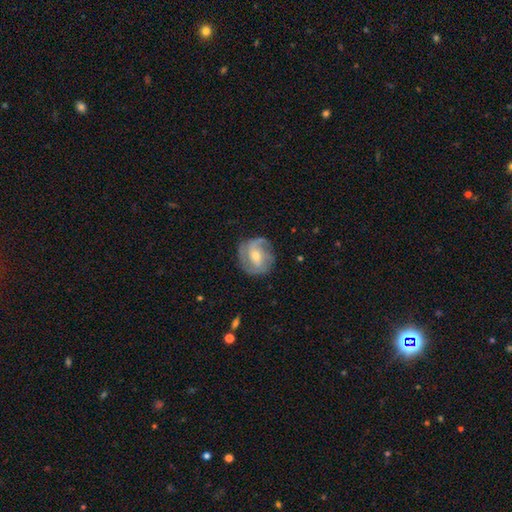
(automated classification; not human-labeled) Morphology: type=featured or disk (76%); edge-on=no (97%); bar=weak (45%); spiral arms=yes (91%); winding=medium (43%); arm count=2 (46%); bulge=moderate (54%); merging=none (75%).